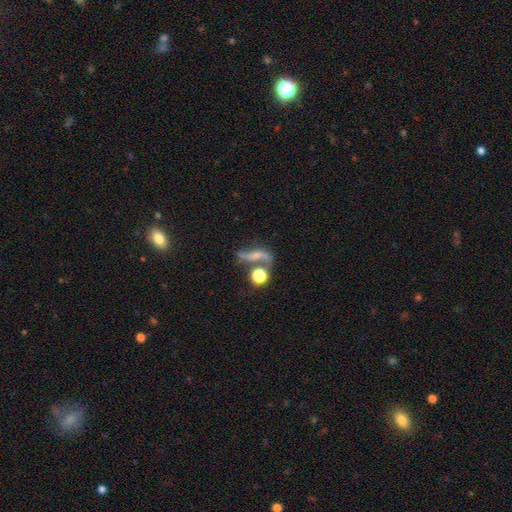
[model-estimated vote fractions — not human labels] The model was most divided on "merging": none: 44%, merger: 23%, minor disturbance: 17%, major disturbance: 16%. More confident: edge-on disk — no (81%); smooth or featured — featured or disk (55%).